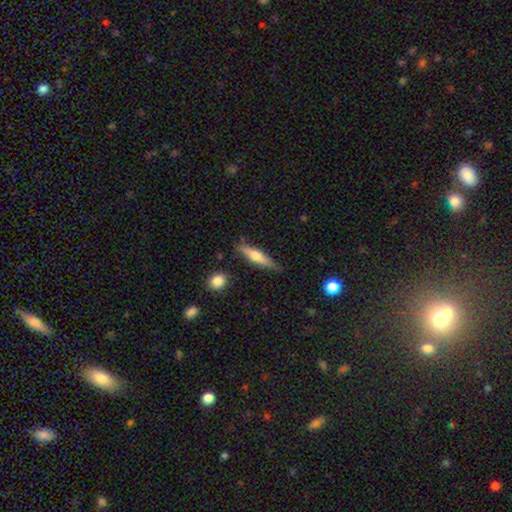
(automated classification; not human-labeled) smooth_or_featured: featured or disk (p=0.50) [alt: smooth p=0.44]
merging: none (p=0.80) [alt: minor disturbance p=0.14]